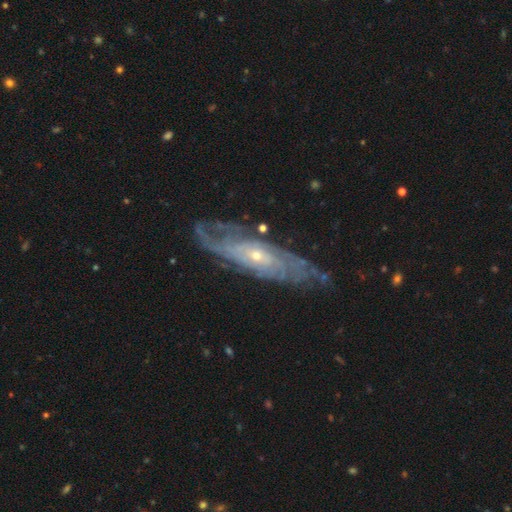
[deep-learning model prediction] A featured or disk galaxy (85%) with no bar (71%), tight (63%) spiral arms (93%) and a small central bulge (74%).

Vote fractions:
- Smooth or featured? featured or disk: 85% / smooth: 9% / star or artifact: 6%
- Edge-on disk? no: 81% / yes: 19%
- Bar? no: 71% / weak: 22% / strong: 6%
- Spiral arms? yes: 93% / no: 7%
- Spiral winding? tight: 63% / medium: 28% / loose: 9%
- Spiral arm count? can't tell: 50% / 2: 20% / 3: 10% / 4: 9% / more than 4: 7% / 1: 5%
- Bulge size? small: 74% / moderate: 22% / none: 1% / large: 1% / dominant: 1%
- Merging? none: 73% / minor disturbance: 18% / major disturbance: 7% / merger: 2%